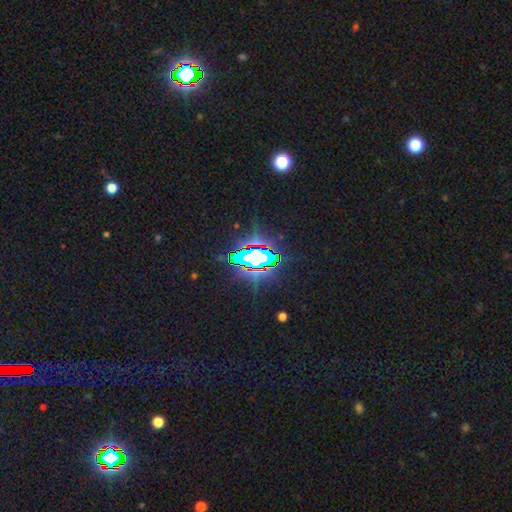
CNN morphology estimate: Smooth or featured? star or artifact (76%)